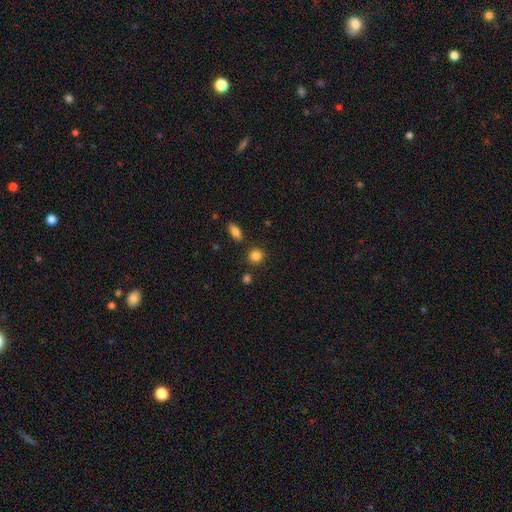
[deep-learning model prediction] Q: Smooth or featured?
A: smooth (85%); runner-up: star or artifact (10%)
Q: How rounded?
A: round (85%); runner-up: in between (14%)
Q: Merging?
A: none (82%); runner-up: minor disturbance (9%)